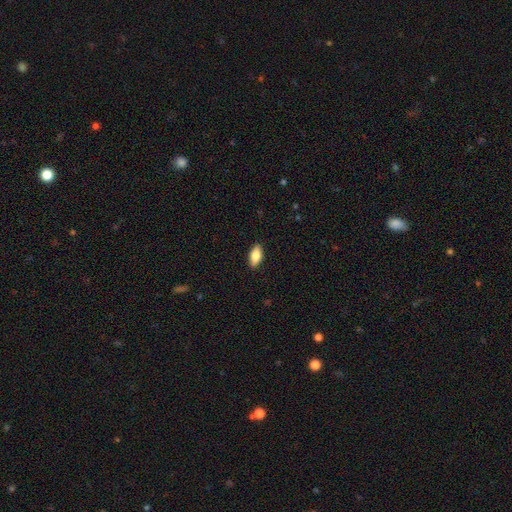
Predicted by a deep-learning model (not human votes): A smooth galaxy with no disk features (79%) that is in between round and cigar-shaped (87%). Merging: none (89%).